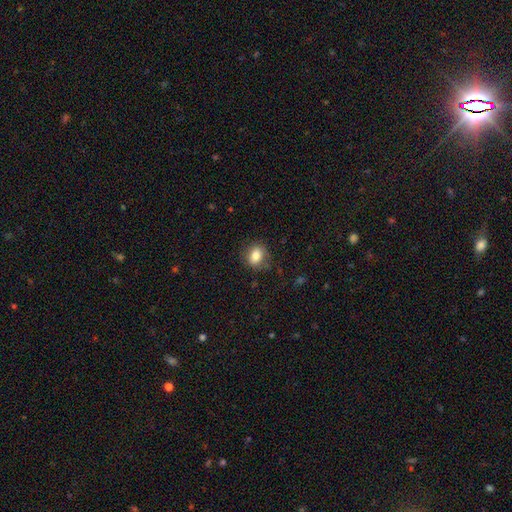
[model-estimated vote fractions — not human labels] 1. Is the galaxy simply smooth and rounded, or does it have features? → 82% smooth, 9% featured or disk, 9% star or artifact.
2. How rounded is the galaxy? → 51% in between, 48% round, 1% cigar-shaped.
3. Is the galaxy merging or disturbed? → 76% none, 17% minor disturbance, 6% major disturbance, 1% merger.